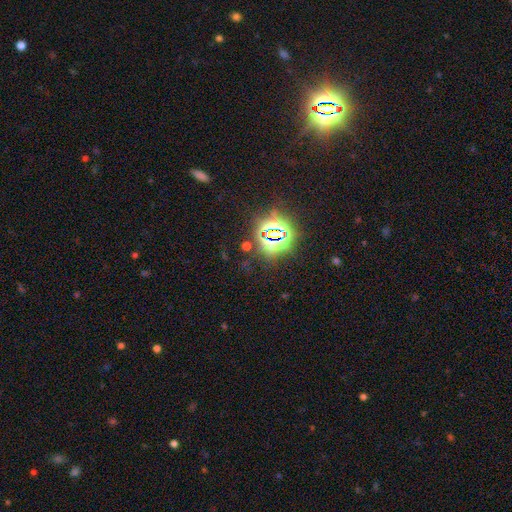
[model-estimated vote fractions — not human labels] This appears to be a star or artifact, not a galaxy (82%).